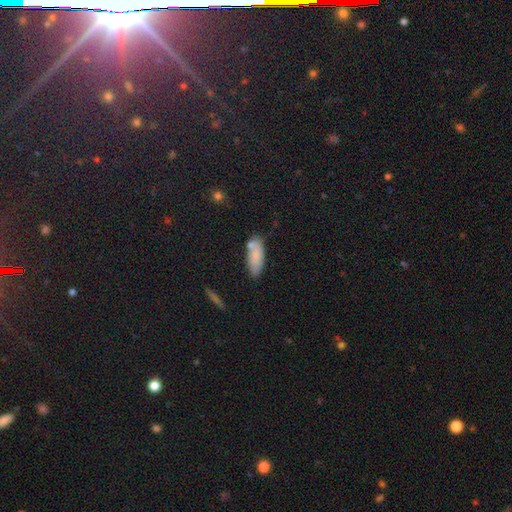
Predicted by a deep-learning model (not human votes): A smooth galaxy with no disk features (78%) that is in between round and cigar-shaped (75%).

Vote fractions:
- Smooth or featured? smooth: 78% / featured or disk: 15% / star or artifact: 7%
- How rounded? in between: 75% / cigar-shaped: 23% / round: 2%
- Merging? none: 69% / minor disturbance: 16% / merger: 12% / major disturbance: 4%